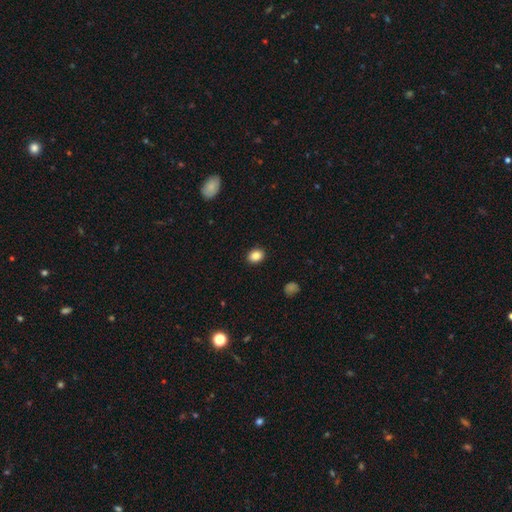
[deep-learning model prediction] A smooth galaxy with no disk features (86%) that is in between round and cigar-shaped (53%).

Vote fractions:
- Smooth or featured? smooth: 86% / star or artifact: 9% / featured or disk: 5%
- How rounded? in between: 53% / round: 46% / cigar-shaped: 1%
- Merging? none: 90% / minor disturbance: 7% / major disturbance: 2% / merger: 1%